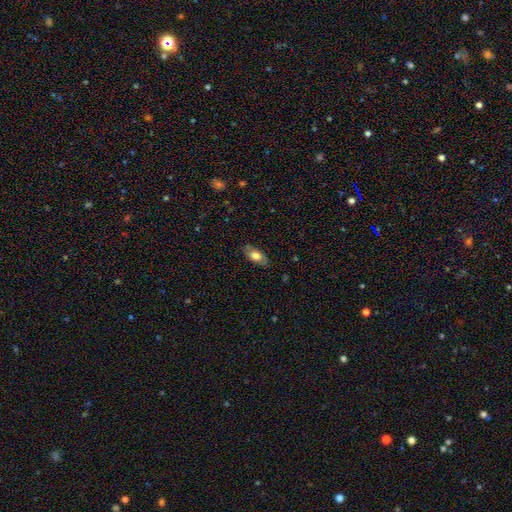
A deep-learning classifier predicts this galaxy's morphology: Smooth or featured? smooth (73%)
How rounded? in between (87%)
Merging? none (80%)